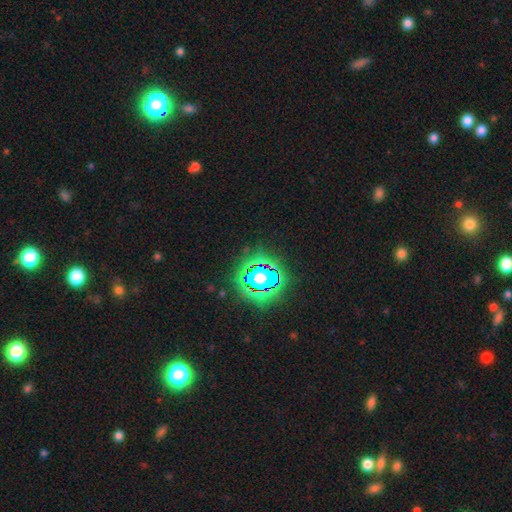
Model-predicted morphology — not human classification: Q: Smooth or featured?
A: star or artifact (80%); runner-up: smooth (13%)